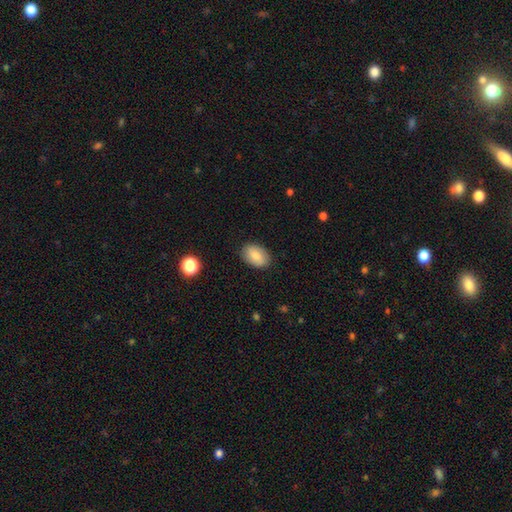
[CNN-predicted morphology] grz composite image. It shows a smooth galaxy with no disk features (82%) that is in between round and cigar-shaped (88%). Merging: none (86%).